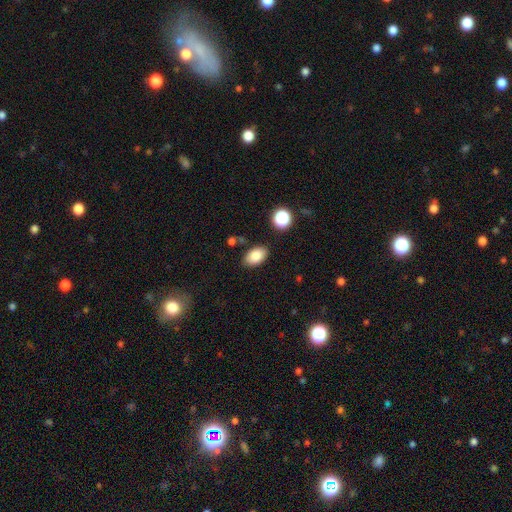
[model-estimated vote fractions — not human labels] Q: Smooth or featured?
A: smooth (84%); runner-up: star or artifact (9%)
Q: How rounded?
A: in between (91%); runner-up: round (8%)
Q: Merging?
A: none (84%); runner-up: minor disturbance (10%)